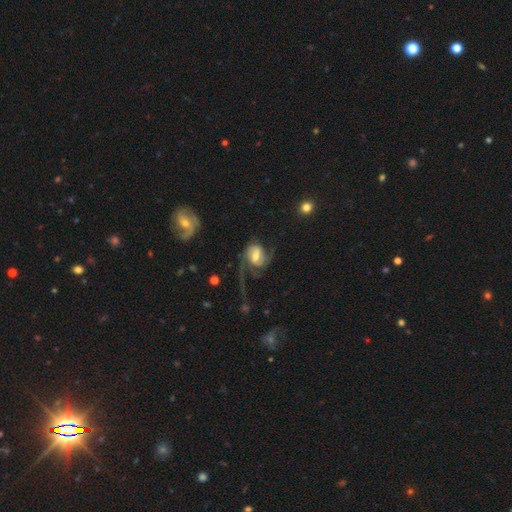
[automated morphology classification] featured or disk 80%, smooth 14%, star or artifact 6%. Down the decision tree: edge-on disk — no (97%); bar — weak (52%); spiral arms — yes (94%); spiral arm count — 2 (73%); spiral winding — medium (44%); bulge size — moderate (55%); merging — none (42%).